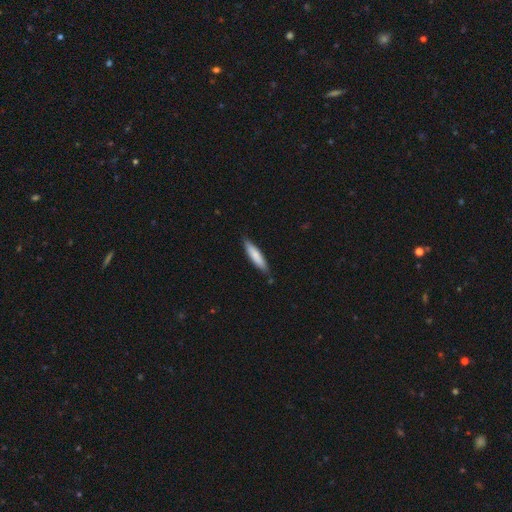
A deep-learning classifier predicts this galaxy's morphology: smooth_or_featured: smooth (p=0.78) [alt: featured or disk p=0.17]
how_rounded: cigar-shaped (p=0.80) [alt: in between p=0.19]
merging: none (p=0.83) [alt: minor disturbance p=0.13]